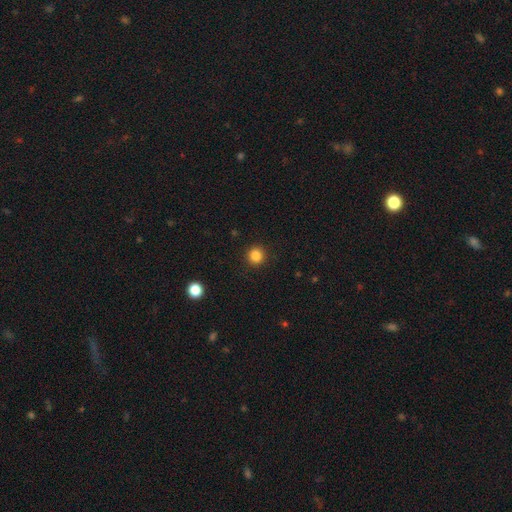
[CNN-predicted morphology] This appears to be a smooth galaxy with no disk features (84%) that is round (94%). Merging: none (92%).